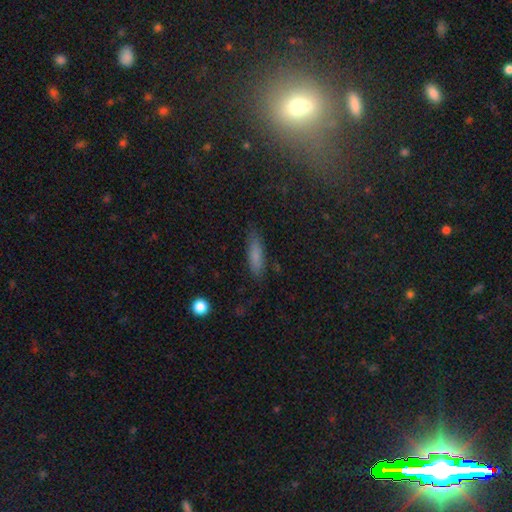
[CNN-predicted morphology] smooth 78%, featured or disk 12%, star or artifact 10%. Down the decision tree: how rounded — cigar-shaped (63%); merging — none (81%).